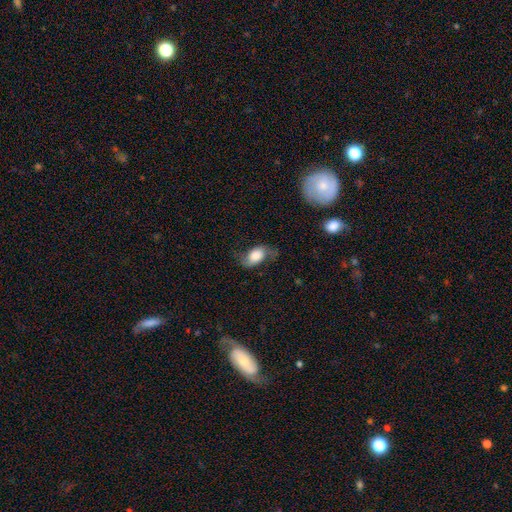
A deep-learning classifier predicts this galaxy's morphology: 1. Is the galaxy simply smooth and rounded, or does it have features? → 58% smooth, 34% featured or disk, 8% star or artifact.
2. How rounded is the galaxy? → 88% in between, 10% round, 3% cigar-shaped.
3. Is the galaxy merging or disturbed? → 58% none, 26% minor disturbance, 15% major disturbance, 2% merger.